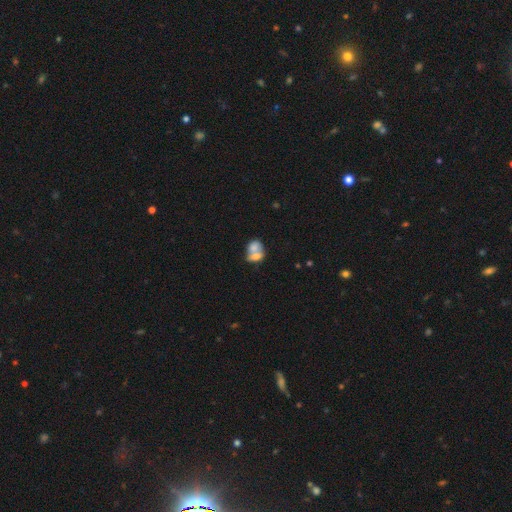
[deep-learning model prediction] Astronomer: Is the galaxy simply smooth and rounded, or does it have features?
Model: smooth — 68%.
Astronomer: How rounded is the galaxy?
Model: in between — 66%.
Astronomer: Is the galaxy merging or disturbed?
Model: merger — 74%.